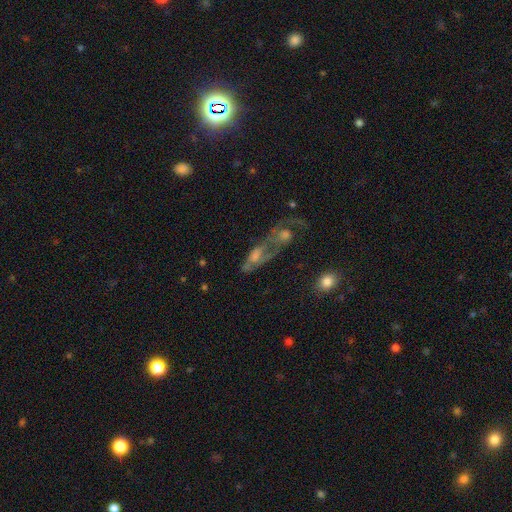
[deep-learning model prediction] Smooth or featured?
  - featured or disk: 63% *
  - smooth: 23%
  - star or artifact: 14%
Edge-on disk?
  - no: 83% *
  - yes: 17%
Bar?
  - no: 69% *
  - weak: 24%
  - strong: 7%
Spiral arms?
  - yes: 58% *
  - no: 42%
Bulge size?
  - moderate: 37% *
  - small: 31%
  - none: 20%
  - large: 9%
  - dominant: 3%
Merging?
  - merger: 37% *
  - major disturbance: 25%
  - none: 25%
  - minor disturbance: 13%